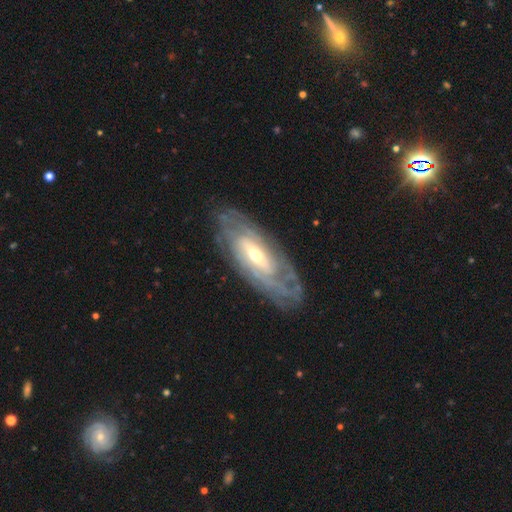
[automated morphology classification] Smooth or featured: featured or disk — 84% (smooth — 11%)
Edge-on disk: no — 87% (yes — 13%)
Bar: weak — 38% (no — 37%)
Spiral arms: yes — 89% (no — 11%)
Spiral winding: tight — 73% (medium — 21%)
Spiral arm count: can't tell — 53% (2 — 16%)
Bulge size: moderate — 56% (small — 38%)
Merging: none — 78% (minor disturbance — 15%)